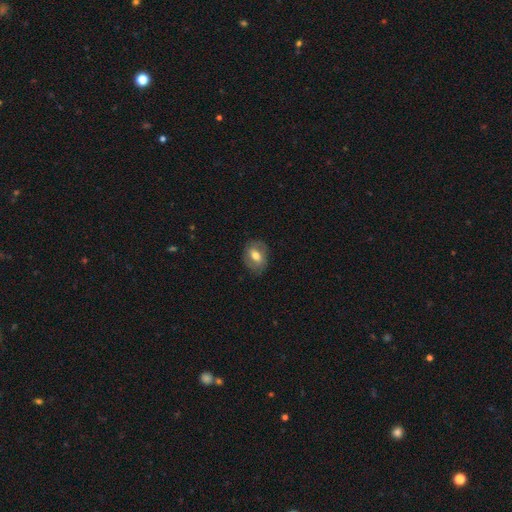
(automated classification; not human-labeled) The model was most divided on "smooth or featured": smooth: 56%, featured or disk: 36%, star or artifact: 8%. More confident: merging — none (78%); how rounded — in between (66%).